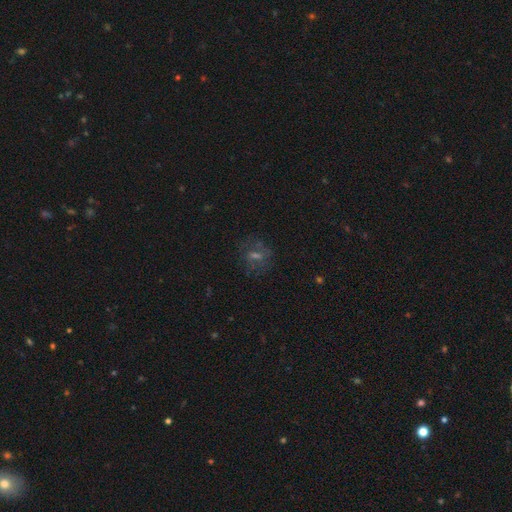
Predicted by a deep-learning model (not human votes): featured or disk 36%, smooth 34%, star or artifact 30%. Down the decision tree: merging — none (73%).